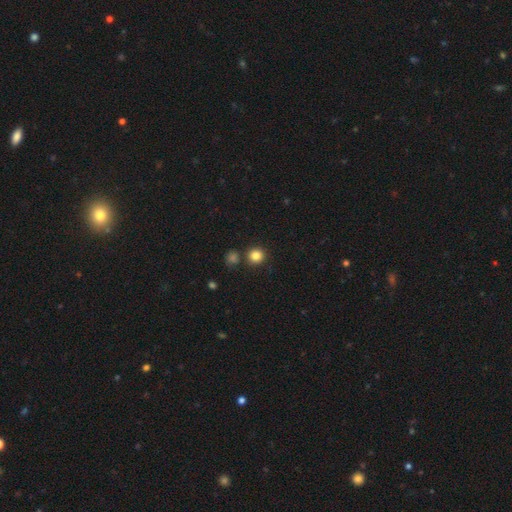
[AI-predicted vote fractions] Smooth or featured: smooth — 84% (star or artifact — 11%)
How rounded: round — 90% (in between — 9%)
Merging: none — 82% (merger — 8%)